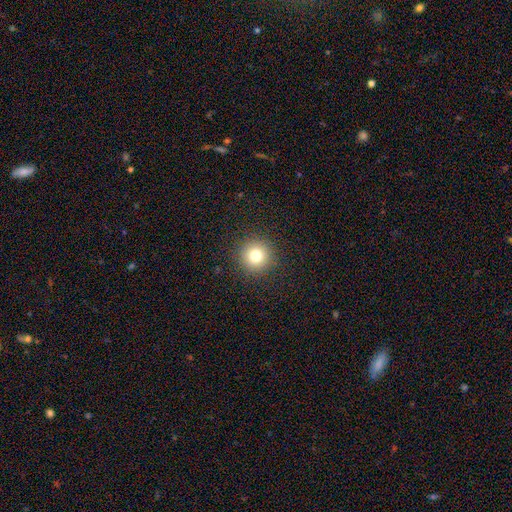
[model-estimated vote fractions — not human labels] Smooth or featured? smooth (78%)
How rounded? round (96%)
Merging? none (92%)